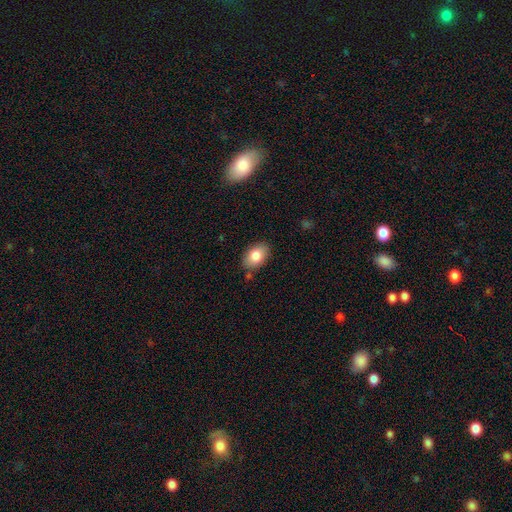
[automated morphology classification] This appears to be a smooth galaxy with no disk features (83%) that is in between round and cigar-shaped (88%). Merging: none (82%).